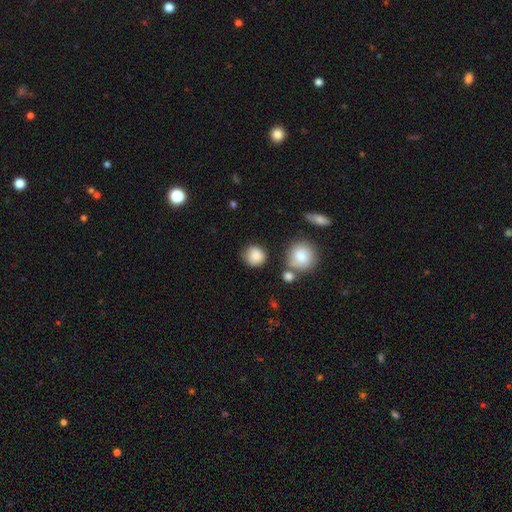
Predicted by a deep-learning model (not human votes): The model was most divided on "merging": none: 77%, minor disturbance: 13%, merger: 6%, major disturbance: 4%. More confident: how rounded — round (90%); smooth or featured — smooth (85%).